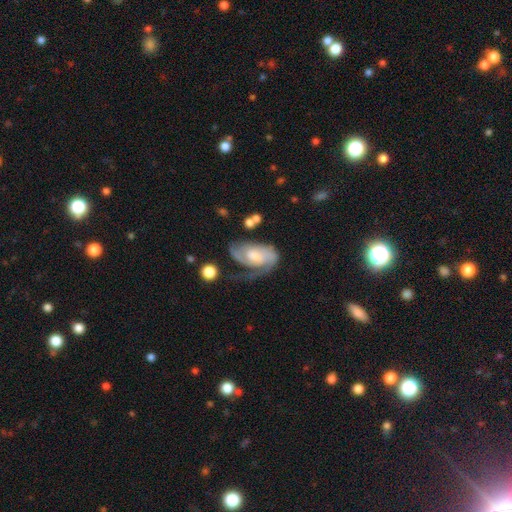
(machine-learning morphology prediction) Overall: featured or disk (80%). Edge-on disk: no (97%). Bar: no (54%; weak 37%). Spiral arms: yes (94%). Spiral arm count: 2 (55%; 1 26%). Spiral winding: tight (42%; medium 41%). Bulge size: moderate (49%; small 27%). Merging: none (43%; major disturbance 29%).